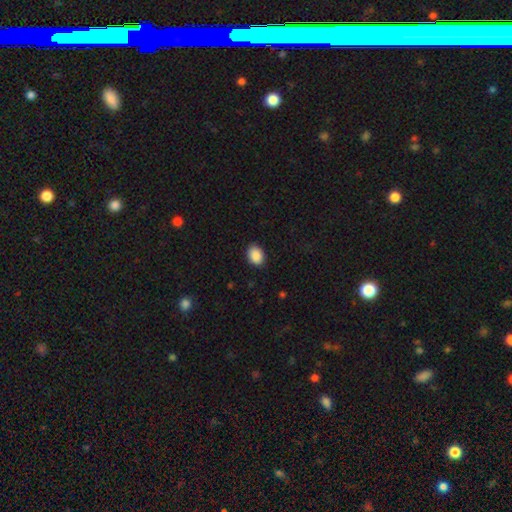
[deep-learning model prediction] This is clearly a smooth galaxy (90%). How rounded: likely in between (74%). Merging: clearly none (88%).